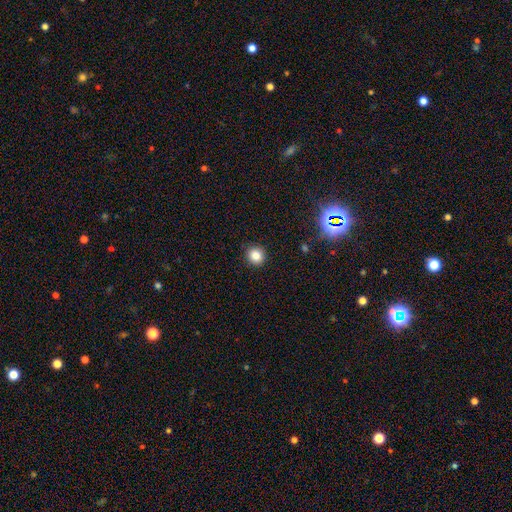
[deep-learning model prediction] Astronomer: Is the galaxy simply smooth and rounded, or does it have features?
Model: smooth — 83%.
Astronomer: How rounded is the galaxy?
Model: round — 90%.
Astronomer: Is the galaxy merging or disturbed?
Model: none — 91%.